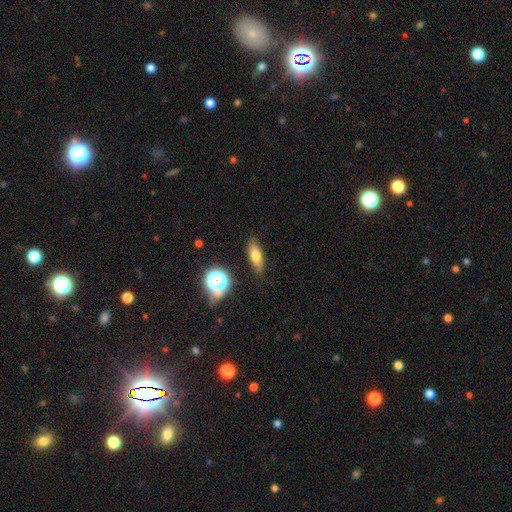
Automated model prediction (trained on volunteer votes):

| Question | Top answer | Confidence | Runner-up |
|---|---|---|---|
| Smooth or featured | smooth | 63% | featured or disk (26%) |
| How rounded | in between | 55% | cigar-shaped (37%) |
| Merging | none | 80% | minor disturbance (14%) |